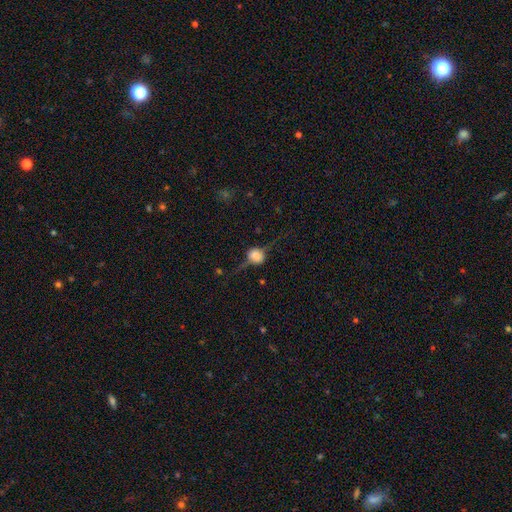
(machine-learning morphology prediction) Overall: featured or disk (47%; smooth 41%). Merging: none (58%; minor disturbance 22%).